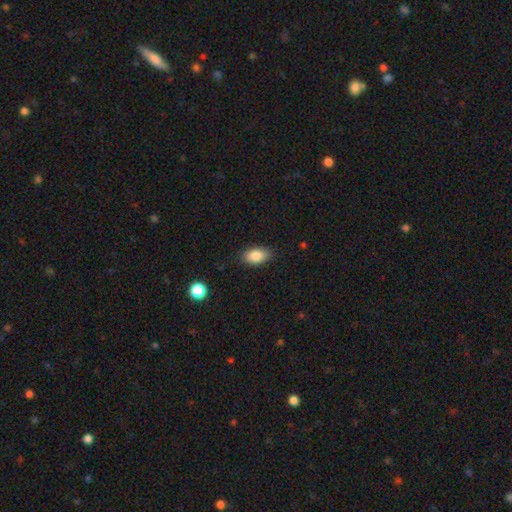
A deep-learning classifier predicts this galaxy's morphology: A smooth galaxy with no disk features (86%) that is in between round and cigar-shaped (91%).

Vote fractions:
- Smooth or featured? smooth: 86% / star or artifact: 8% / featured or disk: 6%
- How rounded? in between: 91% / round: 7% / cigar-shaped: 2%
- Merging? none: 85% / minor disturbance: 11% / major disturbance: 3% / merger: 1%